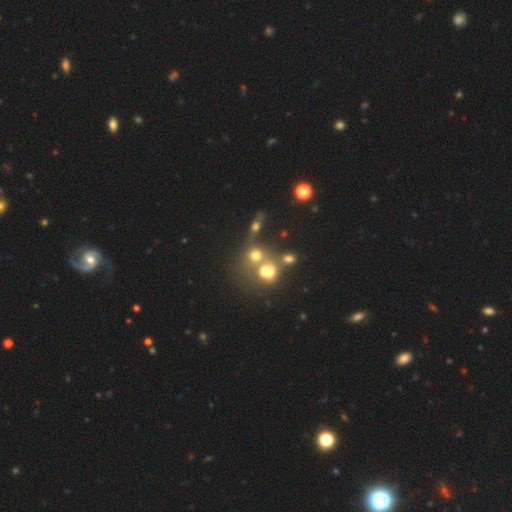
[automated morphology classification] Smooth or featured: smooth — 57% (star or artifact — 25%)
How rounded: round — 77% (in between — 21%)
Merging: merger — 46% (none — 39%)